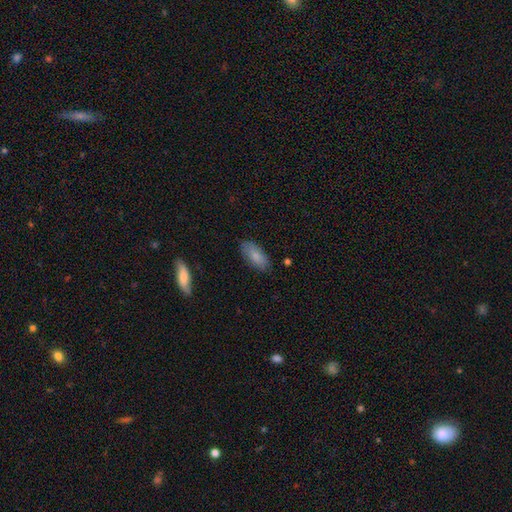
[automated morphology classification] A smooth galaxy with no disk features (84%) that is in between round and cigar-shaped (86%). Merging: none (83%).